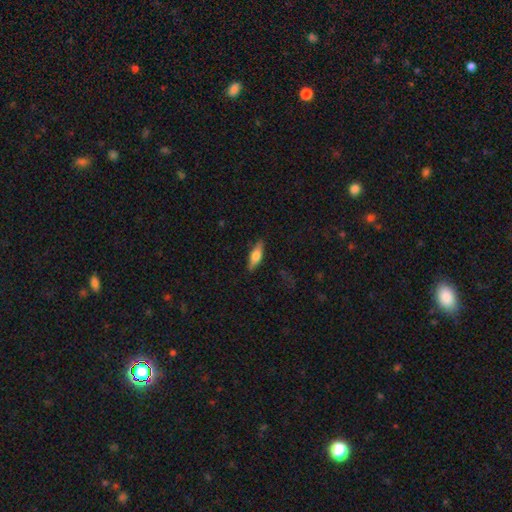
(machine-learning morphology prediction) Q: Smooth or featured?
A: smooth (62%); runner-up: featured or disk (32%)
Q: How rounded?
A: in between (51%); runner-up: cigar-shaped (47%)
Q: Merging?
A: none (85%); runner-up: minor disturbance (11%)